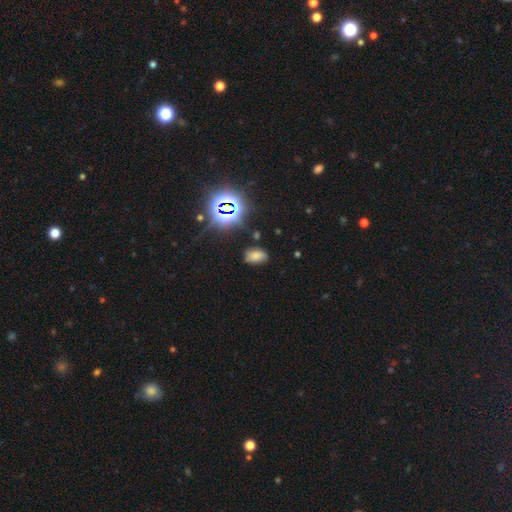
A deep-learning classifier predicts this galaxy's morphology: smooth_or_featured: smooth (p=0.63) [alt: star or artifact p=0.27]
how_rounded: in between (p=0.89) [alt: round p=0.10]
merging: none (p=0.76) [alt: minor disturbance p=0.17]